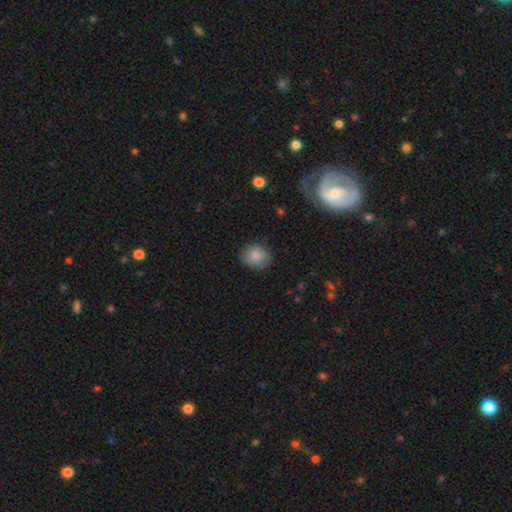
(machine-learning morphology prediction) A smooth galaxy with no disk features (86%) that is round (64%). Merging: none (81%).